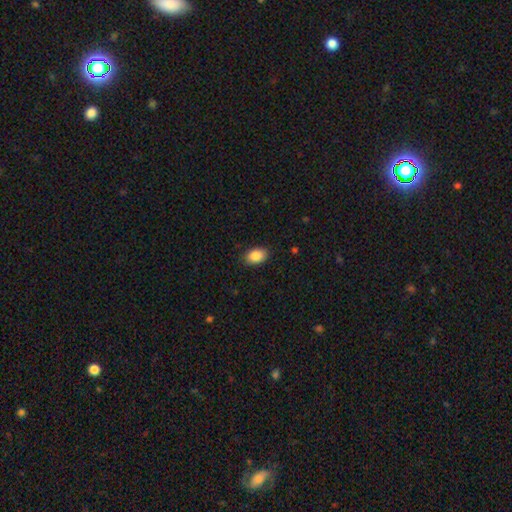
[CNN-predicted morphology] Smooth or featured: smooth — 88% (star or artifact — 8%)
How rounded: in between — 85% (round — 14%)
Merging: none — 87% (minor disturbance — 10%)